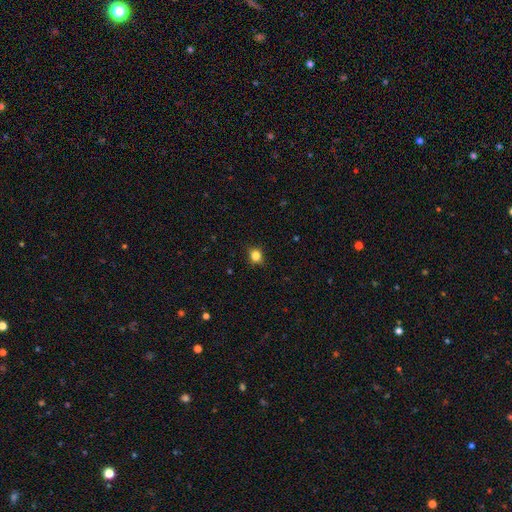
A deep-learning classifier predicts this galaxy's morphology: Smooth or featured: smooth — 81% (star or artifact — 12%)
How rounded: round — 71% (in between — 27%)
Merging: none — 83% (minor disturbance — 14%)